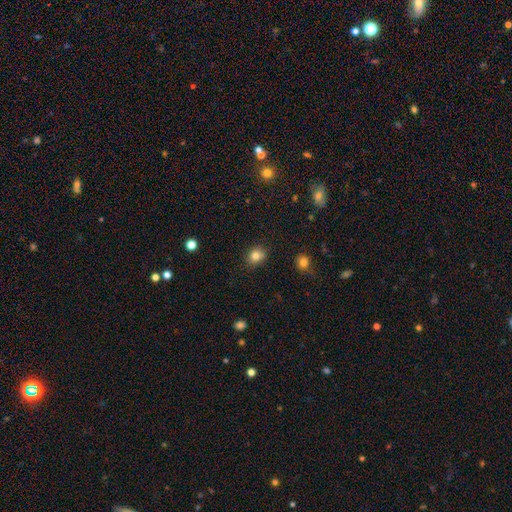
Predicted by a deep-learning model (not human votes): Smooth or featured? Predicted: smooth (p=0.81). How rounded? Predicted: round (p=0.61). Merging? Predicted: none (p=0.83).